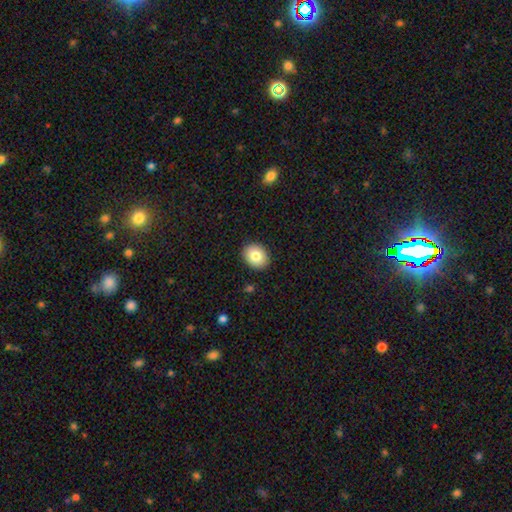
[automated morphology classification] type=smooth (82%); roundness=round (51%); merging=none (90%).